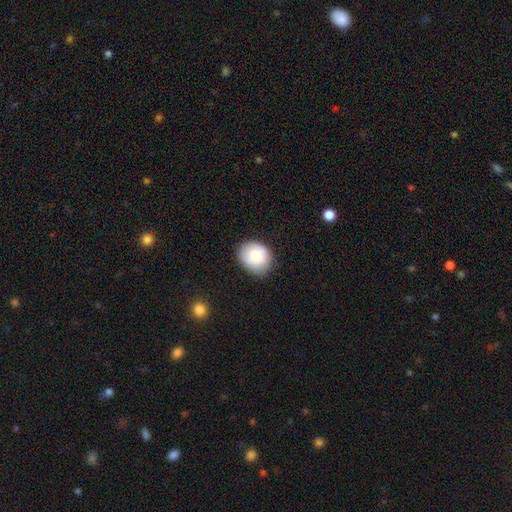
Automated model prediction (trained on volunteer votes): This appears to be a smooth galaxy with no disk features (86%) that is round (59%). Merging: none (80%).